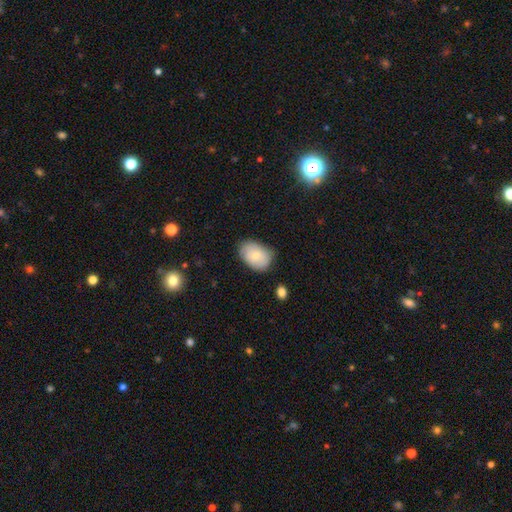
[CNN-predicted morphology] The model was most divided on "merging": none: 72%, minor disturbance: 22%, major disturbance: 4%, merger: 2%. More confident: how rounded — in between (82%); smooth or featured — smooth (75%).